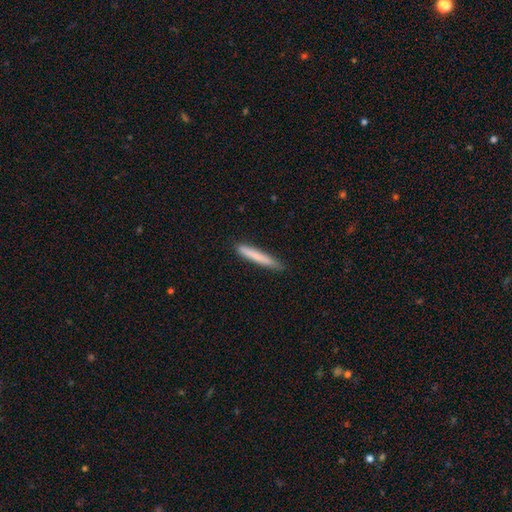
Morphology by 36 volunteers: type=smooth (78%); roundness=cigar-shaped (96%); merging=none (71%).